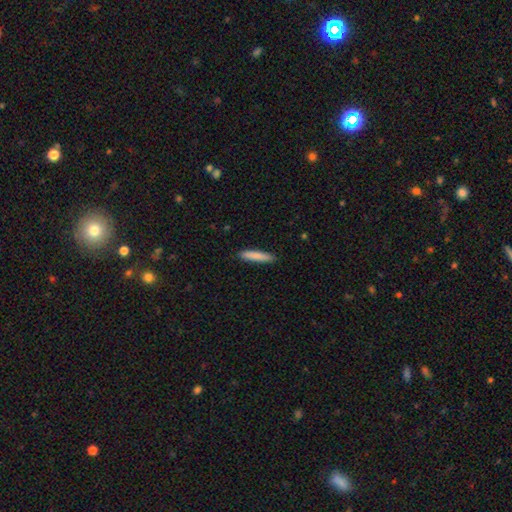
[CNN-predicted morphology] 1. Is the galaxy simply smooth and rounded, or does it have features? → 84% smooth, 11% featured or disk, 6% star or artifact.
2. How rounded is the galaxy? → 90% cigar-shaped, 9% in between, 1% round.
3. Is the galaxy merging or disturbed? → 90% none, 8% minor disturbance, 1% major disturbance, 1% merger.